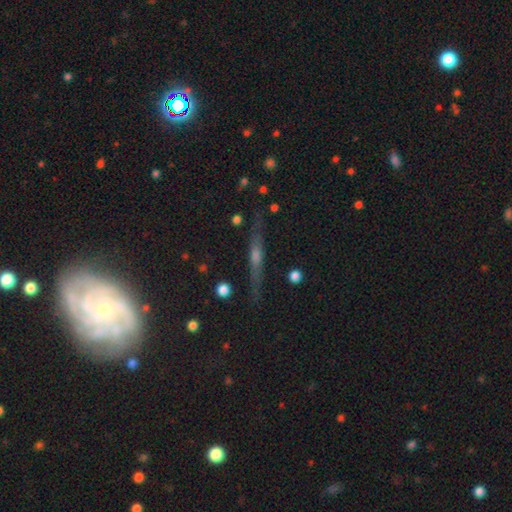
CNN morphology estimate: The model was most divided on "smooth or featured": featured or disk: 60%, smooth: 30%, star or artifact: 10%. More confident: edge-on disk — yes (93%); merging — none (81%); edge-on bulge — rounded (67%).